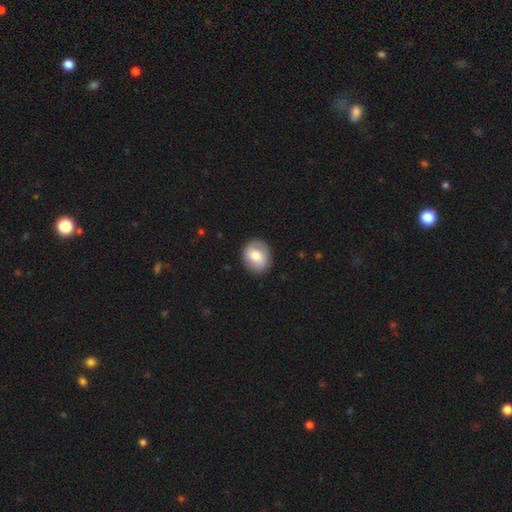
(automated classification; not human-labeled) A smooth galaxy with no disk features (67%) that is round (68%). Merging: none (87%).